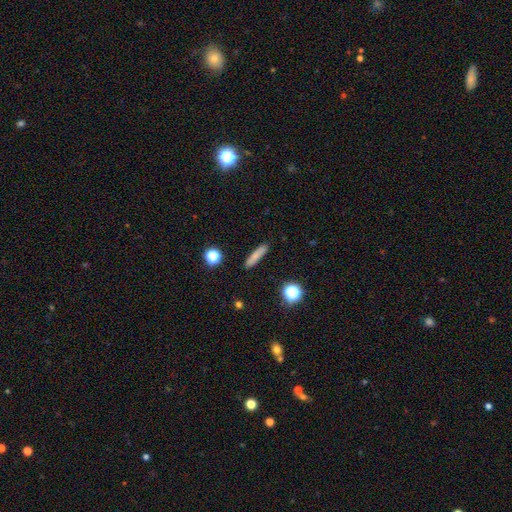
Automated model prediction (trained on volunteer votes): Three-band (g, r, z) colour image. It shows a smooth galaxy with no disk features (78%) that is cigar-shaped (83%). Merging: none (88%).